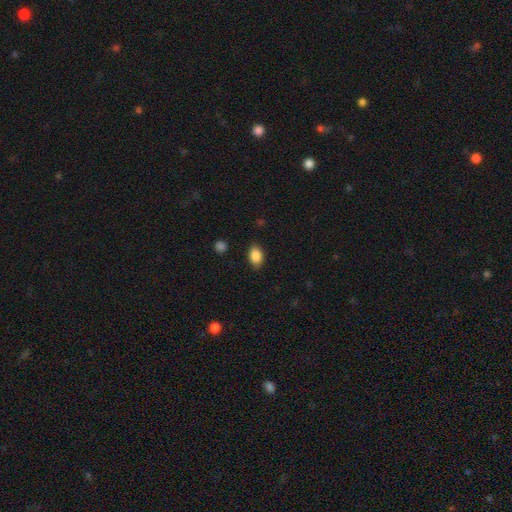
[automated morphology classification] Q: Smooth or featured?
A: smooth (87%); runner-up: star or artifact (8%)
Q: How rounded?
A: in between (83%); runner-up: round (16%)
Q: Merging?
A: none (83%); runner-up: minor disturbance (12%)